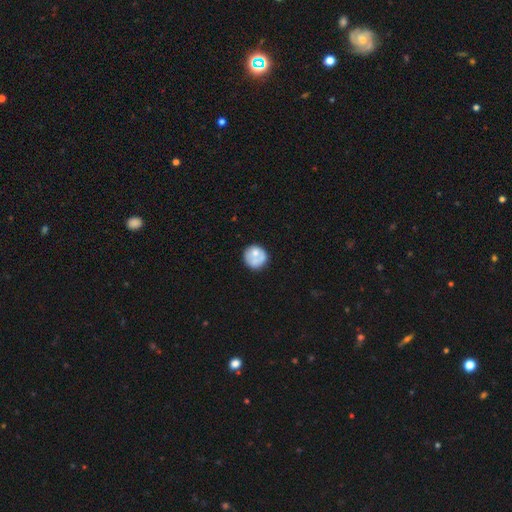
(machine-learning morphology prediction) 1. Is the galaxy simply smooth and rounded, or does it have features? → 65% smooth, 27% featured or disk, 8% star or artifact.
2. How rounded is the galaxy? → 90% round, 9% in between, 1% cigar-shaped.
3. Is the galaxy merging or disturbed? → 65% none, 20% minor disturbance, 8% merger, 7% major disturbance.